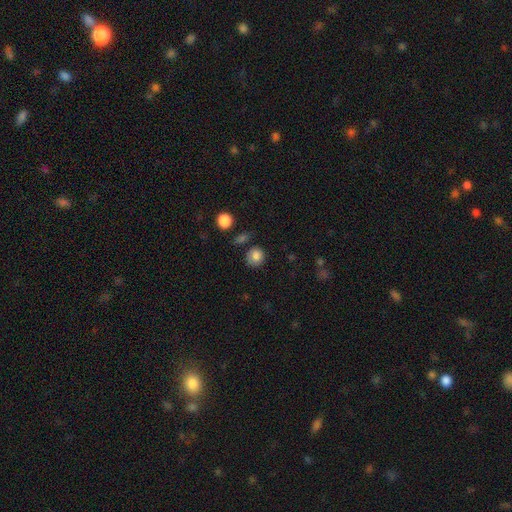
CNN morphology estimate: The model was most divided on "merging": none: 77%, minor disturbance: 14%, merger: 5%, major disturbance: 4%. More confident: how rounded — round (87%); smooth or featured — smooth (84%).